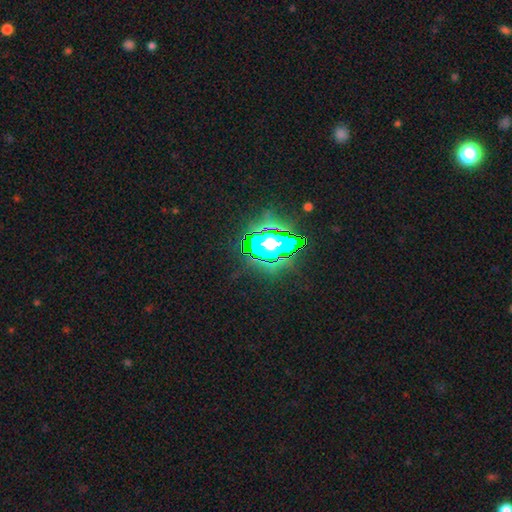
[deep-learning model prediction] A star or artifact, not a galaxy (60%).